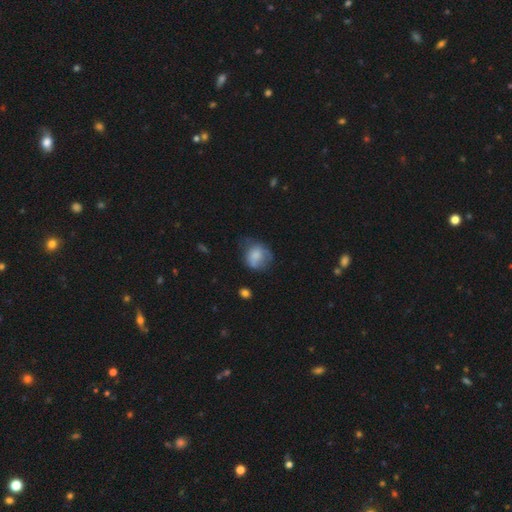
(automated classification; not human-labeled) Smooth or featured? smooth (70%)
How rounded? round (65%)
Merging? none (43%)